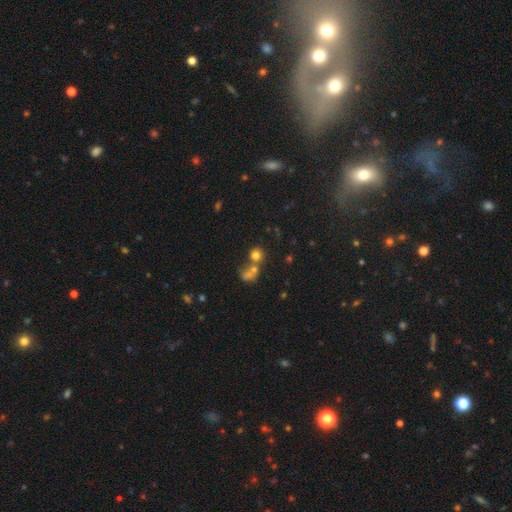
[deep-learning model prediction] Smooth or featured? smooth (72%)
How rounded? round (84%)
Merging? none (49%)